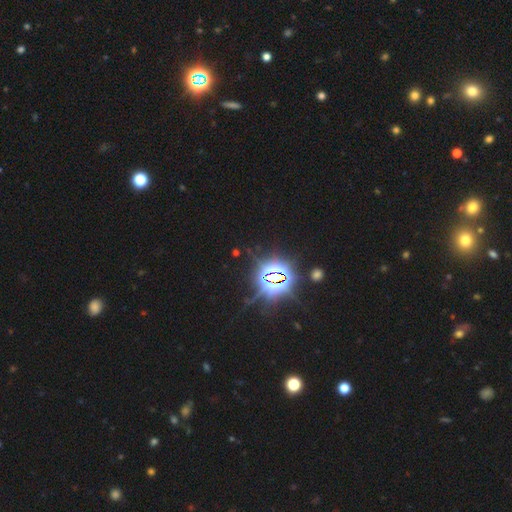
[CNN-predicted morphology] Overall: star or artifact (84%).